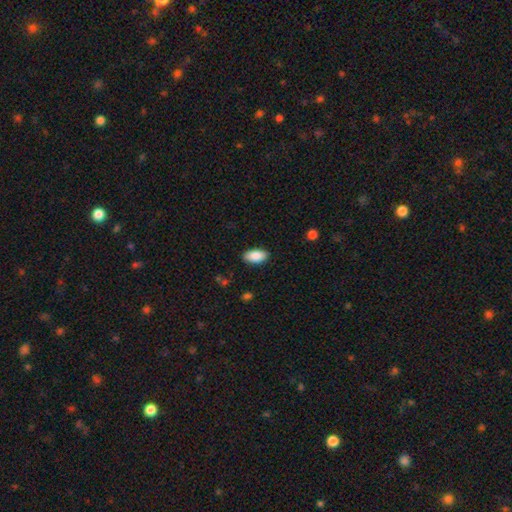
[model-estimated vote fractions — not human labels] Morphology: type=smooth (89%); roundness=in between (93%); merging=none (87%).